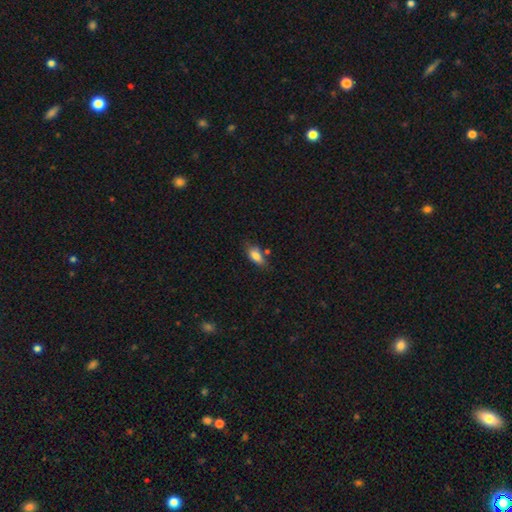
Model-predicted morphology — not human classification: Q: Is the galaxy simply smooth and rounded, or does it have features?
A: smooth — 83%.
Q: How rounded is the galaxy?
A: in between — 85%.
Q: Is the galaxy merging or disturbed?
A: none — 64%.